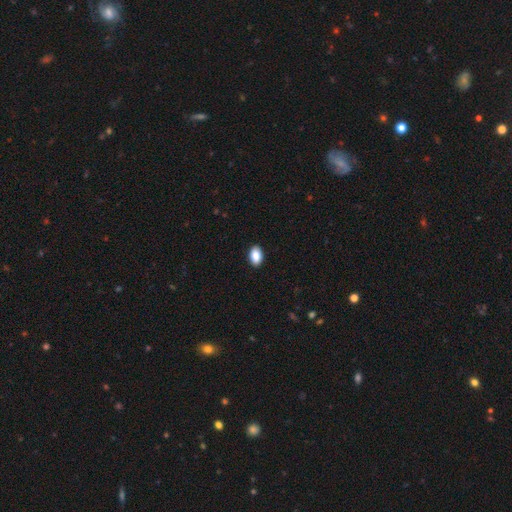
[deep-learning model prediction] This is clearly a smooth galaxy (87%). How rounded: clearly in between (89%). Merging: clearly none (91%).